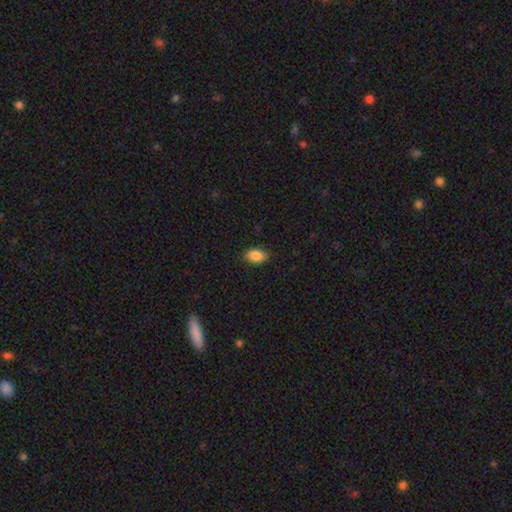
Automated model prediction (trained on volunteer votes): Smooth or featured?
  - smooth: 88% *
  - star or artifact: 8%
  - featured or disk: 4%
How rounded?
  - in between: 87% *
  - round: 11%
  - cigar-shaped: 1%
Merging?
  - none: 88% *
  - minor disturbance: 9%
  - major disturbance: 2%
  - merger: 1%